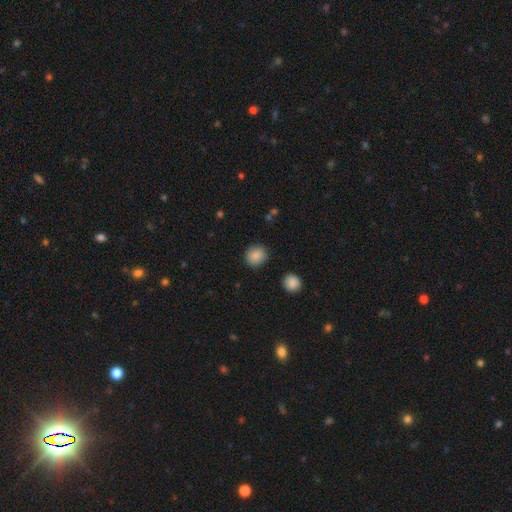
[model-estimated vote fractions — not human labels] Overall: smooth (87%). How rounded: round (84%). Merging: none (88%).